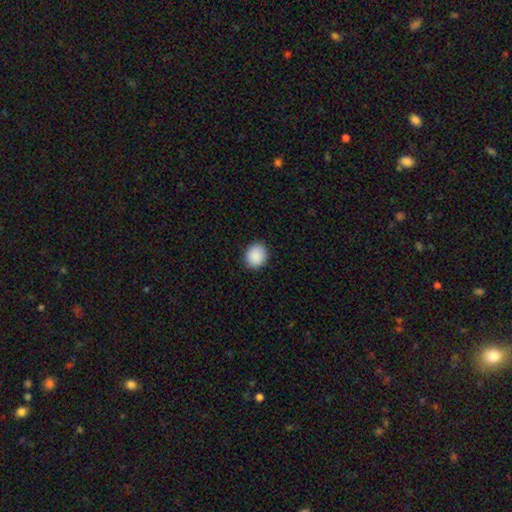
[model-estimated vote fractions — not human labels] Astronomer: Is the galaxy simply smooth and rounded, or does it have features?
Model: smooth — 90%.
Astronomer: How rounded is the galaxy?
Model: round — 76%.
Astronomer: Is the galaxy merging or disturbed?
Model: none — 89%.